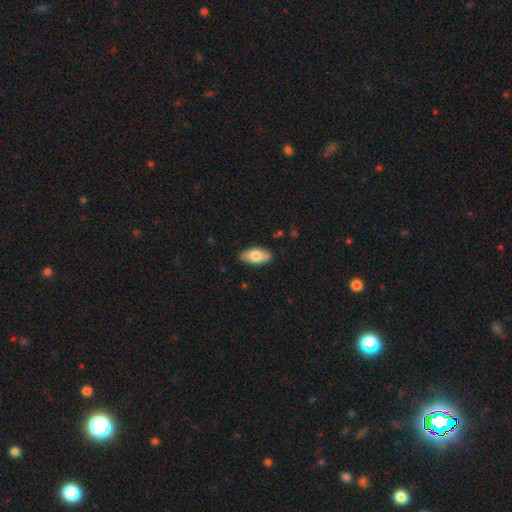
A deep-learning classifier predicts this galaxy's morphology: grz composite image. It shows a smooth galaxy with no disk features (78%) that is in between round and cigar-shaped (92%). Merging: none (87%).